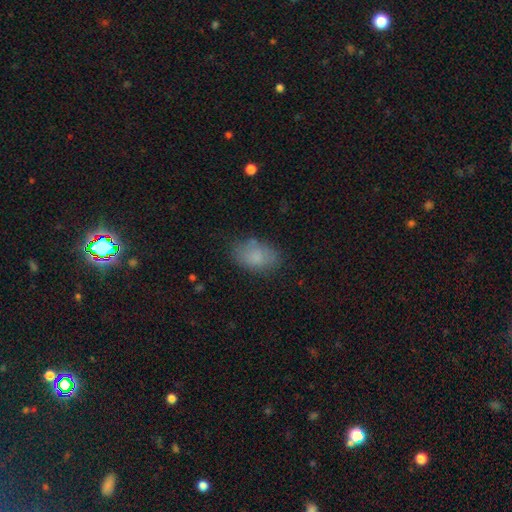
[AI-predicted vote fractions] A smooth galaxy with no disk features (82%) that is in between round and cigar-shaped (89%).

Vote fractions:
- Smooth or featured? smooth: 82% / featured or disk: 10% / star or artifact: 8%
- How rounded? in between: 89% / round: 10% / cigar-shaped: 1%
- Merging? none: 74% / minor disturbance: 18% / major disturbance: 5% / merger: 3%